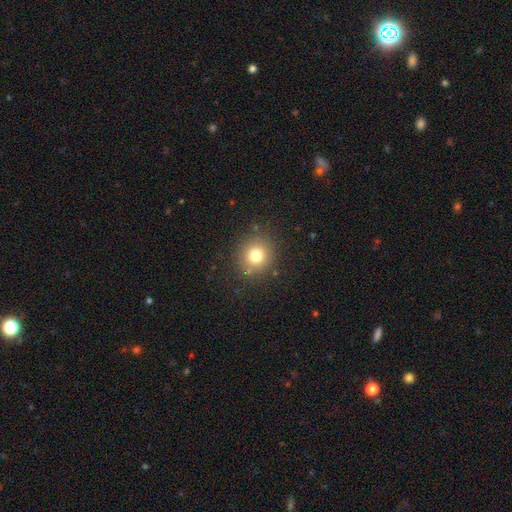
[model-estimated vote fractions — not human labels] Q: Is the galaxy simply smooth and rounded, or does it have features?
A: smooth — 76%.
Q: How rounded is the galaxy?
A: round — 87%.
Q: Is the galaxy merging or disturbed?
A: none — 86%.